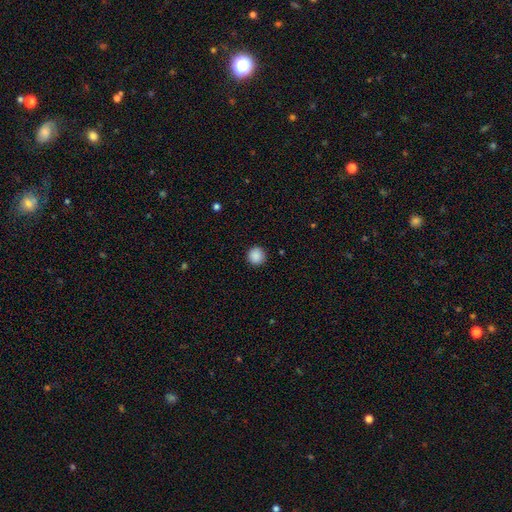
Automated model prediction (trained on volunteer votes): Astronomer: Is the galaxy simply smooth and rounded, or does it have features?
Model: smooth — 89%.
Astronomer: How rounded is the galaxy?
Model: round — 96%.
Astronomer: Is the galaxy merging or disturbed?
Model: none — 92%.